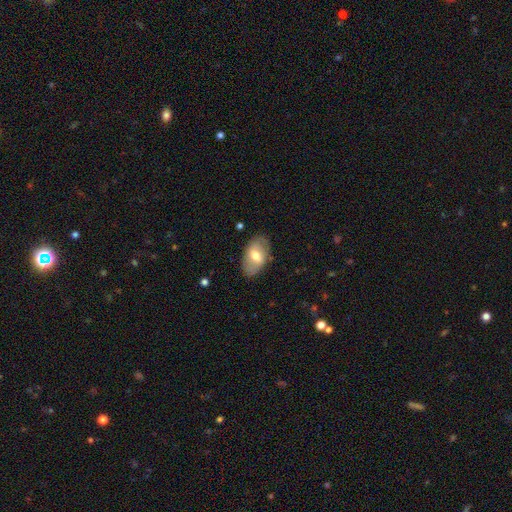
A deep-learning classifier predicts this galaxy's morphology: This is possibly a smooth galaxy (54%). How rounded: clearly in between (91%). Merging: clearly none (81%).